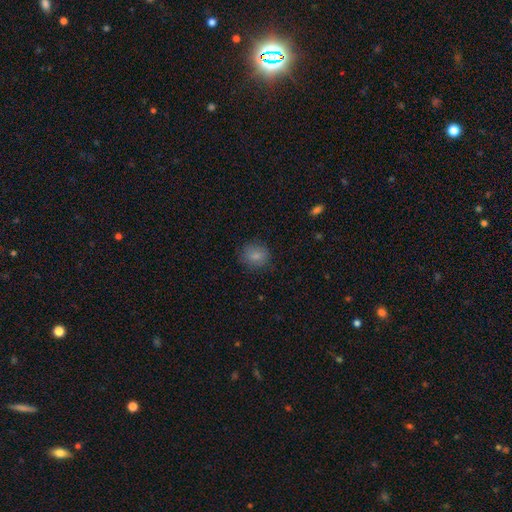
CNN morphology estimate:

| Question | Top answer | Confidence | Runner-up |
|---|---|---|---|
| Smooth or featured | smooth | 83% | star or artifact (10%) |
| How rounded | round | 76% | in between (23%) |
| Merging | none | 82% | minor disturbance (13%) |